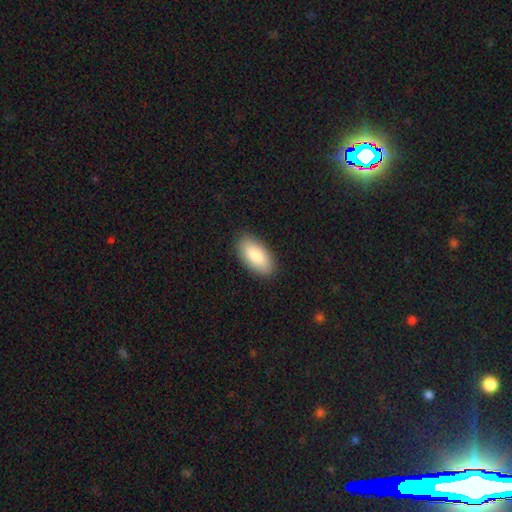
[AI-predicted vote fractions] Smooth or featured? smooth (85%)
How rounded? in between (93%)
Merging? none (89%)